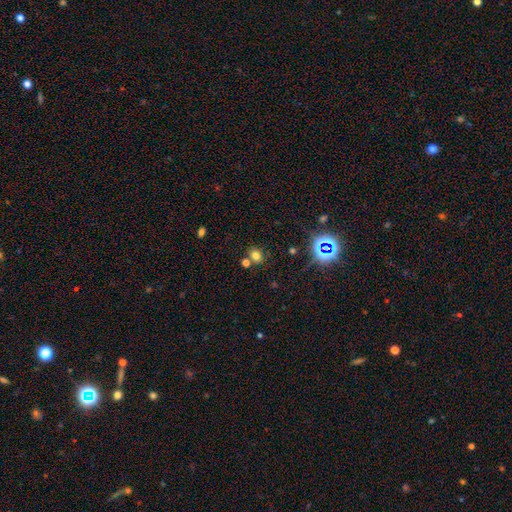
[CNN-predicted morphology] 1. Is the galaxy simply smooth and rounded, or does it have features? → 69% smooth, 23% star or artifact, 8% featured or disk.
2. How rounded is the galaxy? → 67% round, 32% in between, 1% cigar-shaped.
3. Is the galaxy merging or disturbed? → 67% none, 20% merger, 10% minor disturbance, 4% major disturbance.